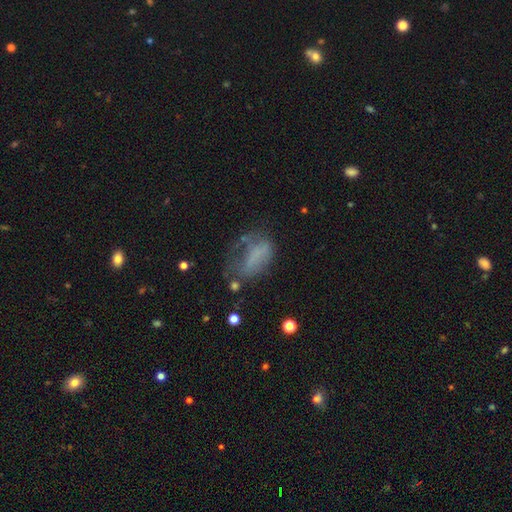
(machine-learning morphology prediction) Smooth or featured? smooth (51%)
How rounded? in between (82%)
Merging? major disturbance (39%)